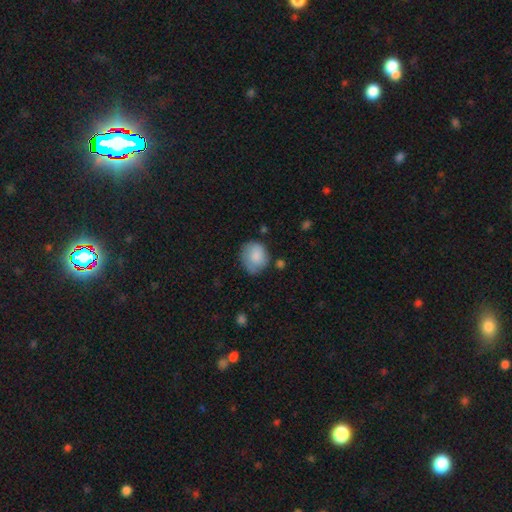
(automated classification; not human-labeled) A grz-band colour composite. It shows a smooth galaxy with no disk features (83%) that is round (71%). Merging: none (60%).